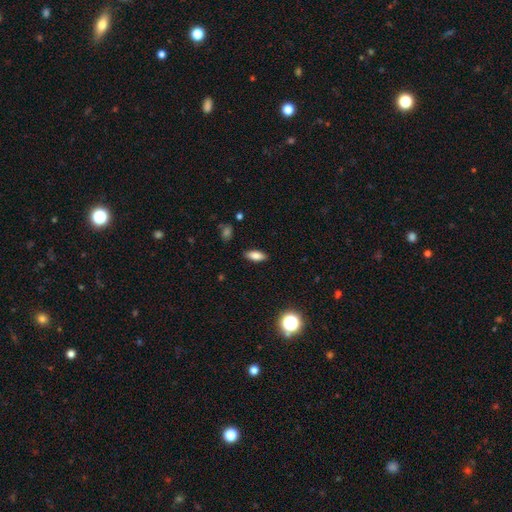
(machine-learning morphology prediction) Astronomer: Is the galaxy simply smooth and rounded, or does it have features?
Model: smooth — 80%.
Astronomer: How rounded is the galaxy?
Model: in between — 78%.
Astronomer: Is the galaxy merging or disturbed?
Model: none — 88%.